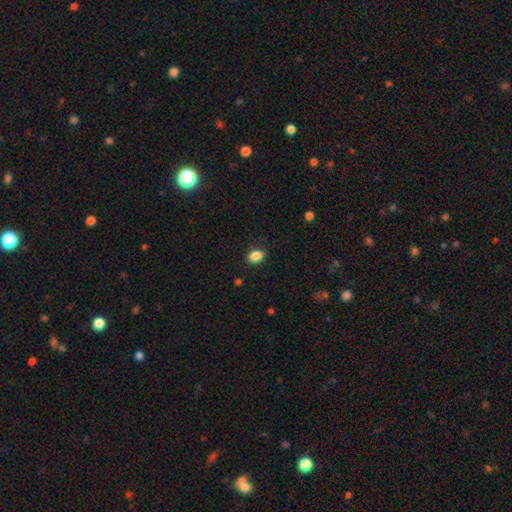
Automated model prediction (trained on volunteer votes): smooth_or_featured: smooth (p=0.87) [alt: star or artifact p=0.09]
how_rounded: in between (p=0.71) [alt: round p=0.28]
merging: none (p=0.87) [alt: minor disturbance p=0.09]